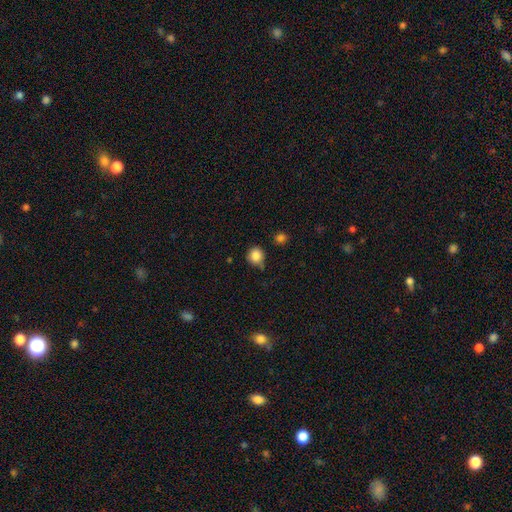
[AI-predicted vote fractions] Smooth or featured? Predicted: smooth (p=0.84). How rounded? Predicted: round (p=0.88). Merging? Predicted: none (p=0.69).